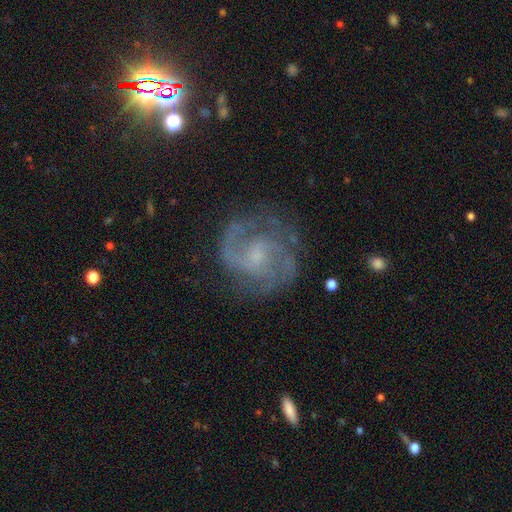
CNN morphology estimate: Smooth or featured? Predicted: featured or disk (p=0.86). Edge-on disk? Predicted: no (p=0.98). Bar? Predicted: no (p=0.47). Spiral arms? Predicted: yes (p=0.97). Spiral winding? Predicted: medium (p=0.52). Spiral arm count? Predicted: 2 (p=0.65). Bulge size? Predicted: small (p=0.62). Merging? Predicted: none (p=0.74).